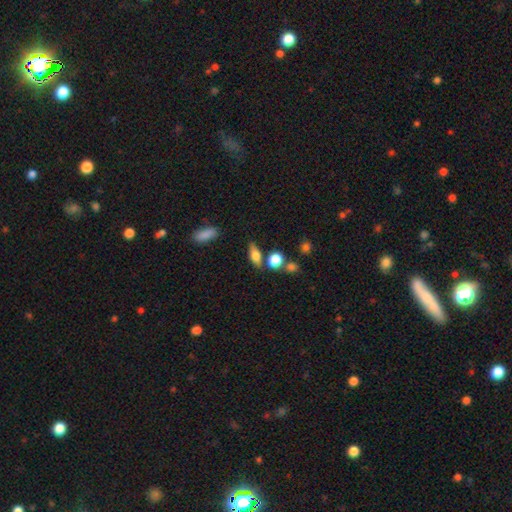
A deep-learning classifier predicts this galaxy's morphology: Smooth or featured: smooth — 67% (featured or disk — 22%)
How rounded: in between — 61% (cigar-shaped — 22%)
Merging: none — 68% (minor disturbance — 15%)